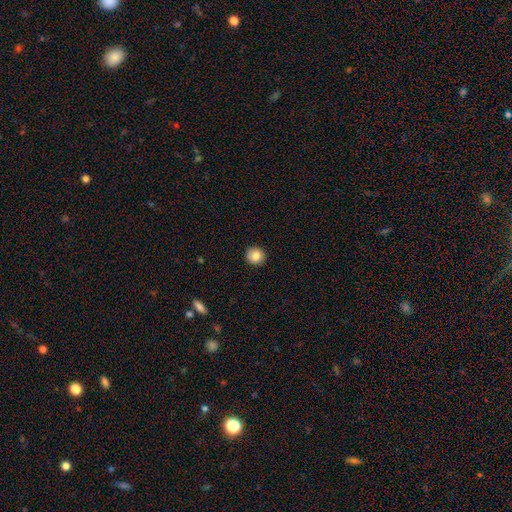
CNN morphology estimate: A smooth galaxy with no disk features (84%) that is round (93%).

Vote fractions:
- Smooth or featured? smooth: 84% / star or artifact: 9% / featured or disk: 7%
- How rounded? round: 93% / in between: 6% / cigar-shaped: 1%
- Merging? none: 91% / minor disturbance: 6% / major disturbance: 2% / merger: 1%